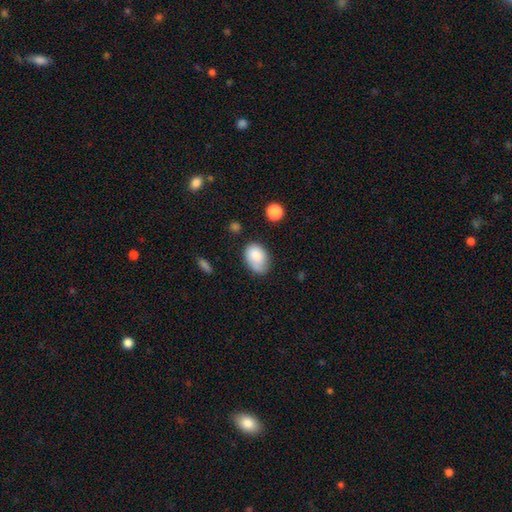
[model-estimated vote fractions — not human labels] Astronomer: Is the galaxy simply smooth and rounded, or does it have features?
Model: smooth — 79%.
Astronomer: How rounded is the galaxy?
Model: in between — 83%.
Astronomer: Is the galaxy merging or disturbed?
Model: none — 56%.